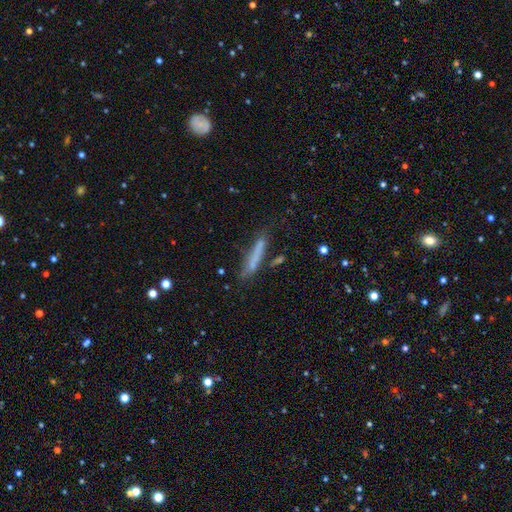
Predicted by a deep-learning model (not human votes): This is likely a smooth galaxy (65%). How rounded: clearly cigar-shaped (92%). Merging: likely none (67%).